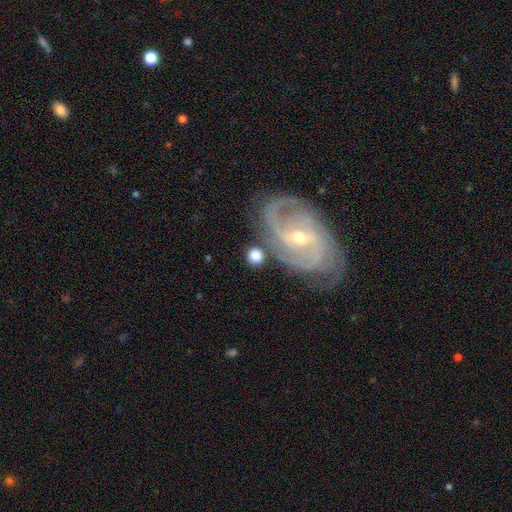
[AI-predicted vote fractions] Smooth or featured? smooth (54%)
How rounded? round (76%)
Merging? none (72%)